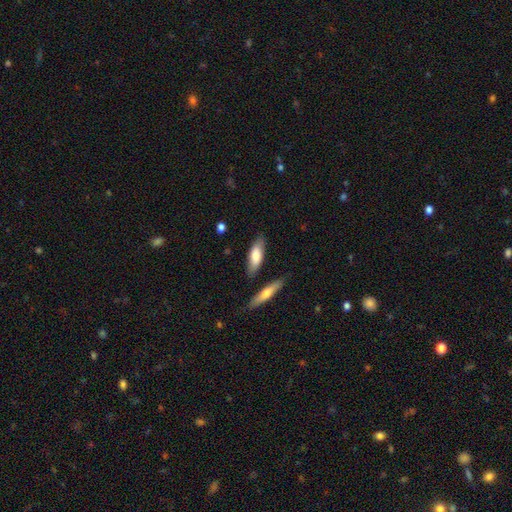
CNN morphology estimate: Overall: smooth (74%). How rounded: in between (55%; cigar-shaped 43%). Merging: none (79%).